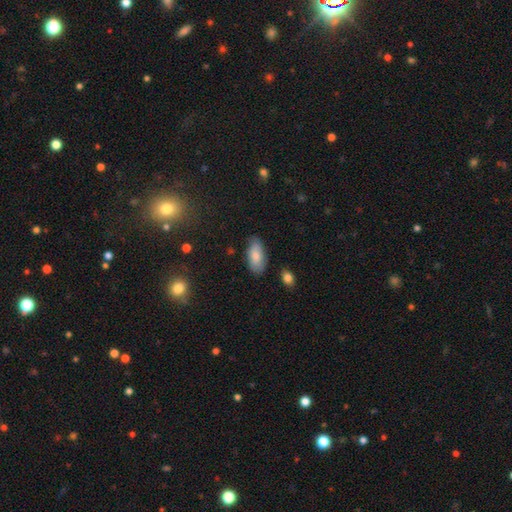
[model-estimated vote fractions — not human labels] Overall: smooth (84%). How rounded: in between (91%). Merging: none (80%).